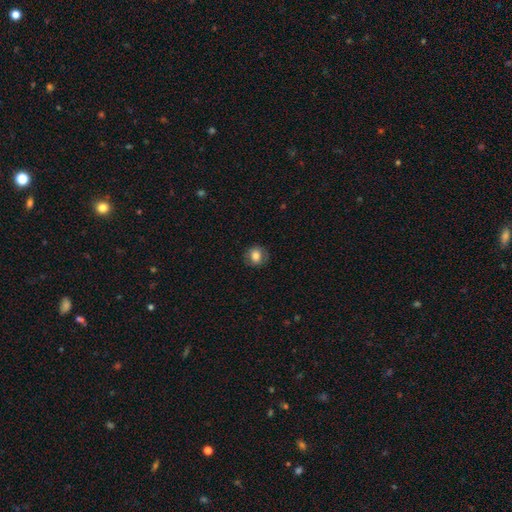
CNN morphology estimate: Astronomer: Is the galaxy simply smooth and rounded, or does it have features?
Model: smooth — 76%.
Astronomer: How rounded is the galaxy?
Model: round — 78%.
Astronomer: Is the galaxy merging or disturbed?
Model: none — 83%.